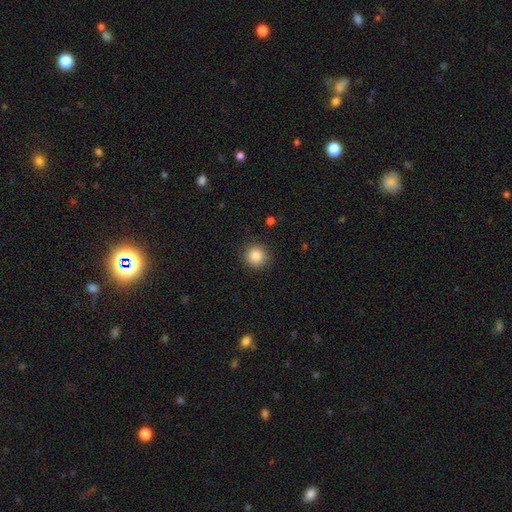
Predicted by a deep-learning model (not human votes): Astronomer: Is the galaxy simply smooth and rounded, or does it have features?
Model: smooth — 86%.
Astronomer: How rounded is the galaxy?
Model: round — 94%.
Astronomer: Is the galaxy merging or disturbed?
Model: none — 90%.